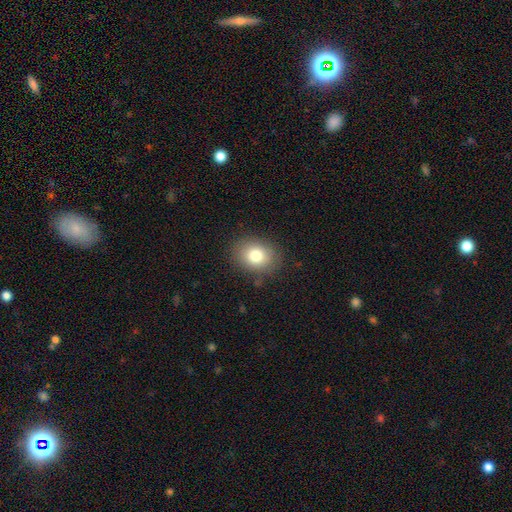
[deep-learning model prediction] A smooth galaxy with no disk features (79%) that is round (51%).

Vote fractions:
- Smooth or featured? smooth: 79% / featured or disk: 10% / star or artifact: 10%
- How rounded? round: 51% / in between: 48% / cigar-shaped: 1%
- Merging? none: 84% / minor disturbance: 11% / major disturbance: 3% / merger: 1%